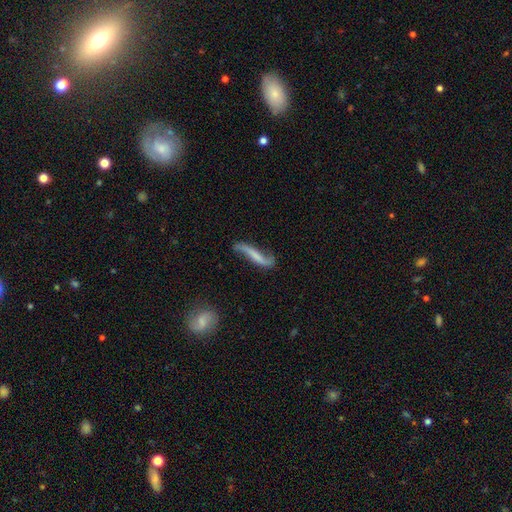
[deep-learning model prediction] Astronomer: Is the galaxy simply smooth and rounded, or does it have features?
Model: featured or disk — 66%.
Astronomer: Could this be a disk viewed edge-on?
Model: no — 73%.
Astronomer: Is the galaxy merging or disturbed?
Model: none — 54%.